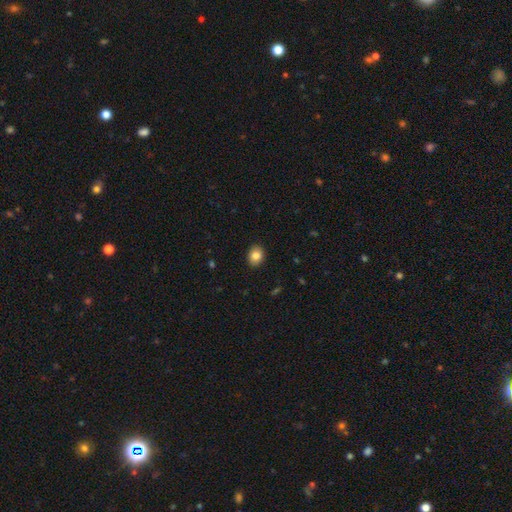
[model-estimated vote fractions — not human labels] smooth_or_featured: smooth (p=0.84) [alt: star or artifact p=0.09]
how_rounded: in between (p=0.59) [alt: round p=0.40]
merging: none (p=0.90) [alt: minor disturbance p=0.07]